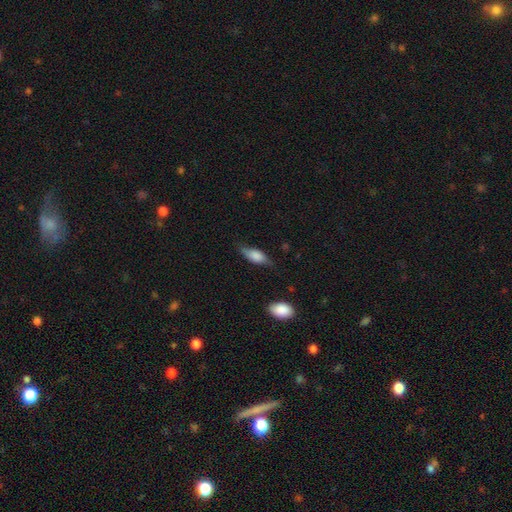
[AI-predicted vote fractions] smooth-or-featured: smooth: 67% | featured or disk: 26% | star or artifact: 7%
  how-rounded: in between: 74% | cigar-shaped: 22% | round: 4%
  merging: none: 61% | minor disturbance: 29% | major disturbance: 7% | merger: 2%